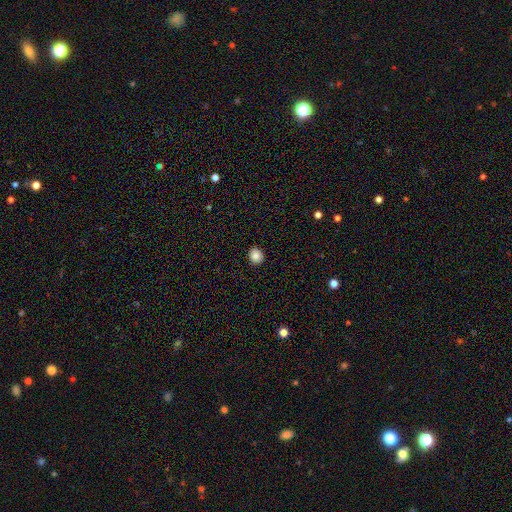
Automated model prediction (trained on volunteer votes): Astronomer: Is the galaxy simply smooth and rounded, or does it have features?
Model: smooth — 86%.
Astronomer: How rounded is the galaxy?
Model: round — 78%.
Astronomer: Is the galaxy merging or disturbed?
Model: none — 91%.